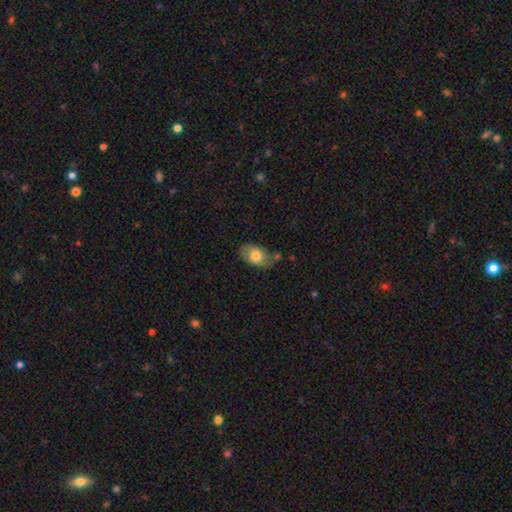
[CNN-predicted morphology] Smooth or featured: smooth — 66% (featured or disk — 27%)
How rounded: in between — 85% (round — 13%)
Merging: none — 59% (minor disturbance — 26%)